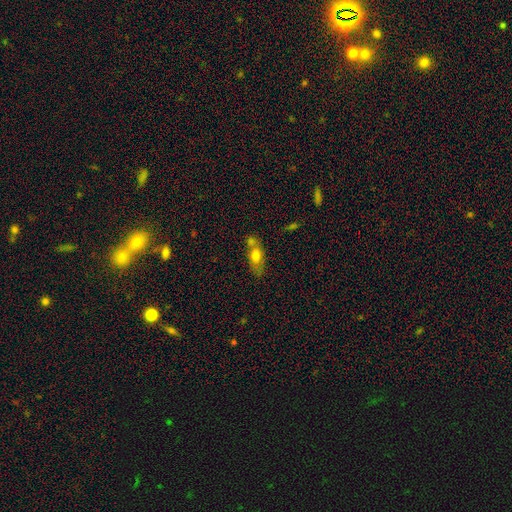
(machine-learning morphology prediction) Smooth or featured: smooth — 69% (featured or disk — 22%)
How rounded: in between — 76% (cigar-shaped — 16%)
Merging: none — 44% (merger — 34%)